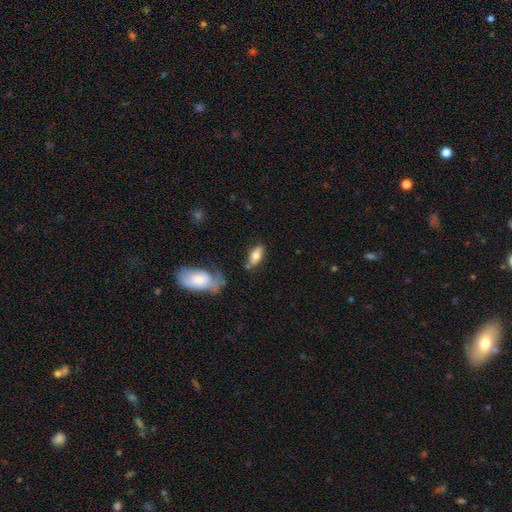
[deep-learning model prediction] Smooth or featured?
  - smooth: 69% *
  - featured or disk: 24%
  - star or artifact: 7%
How rounded?
  - in between: 86% *
  - cigar-shaped: 10%
  - round: 4%
Merging?
  - none: 66% *
  - minor disturbance: 19%
  - merger: 9%
  - major disturbance: 7%